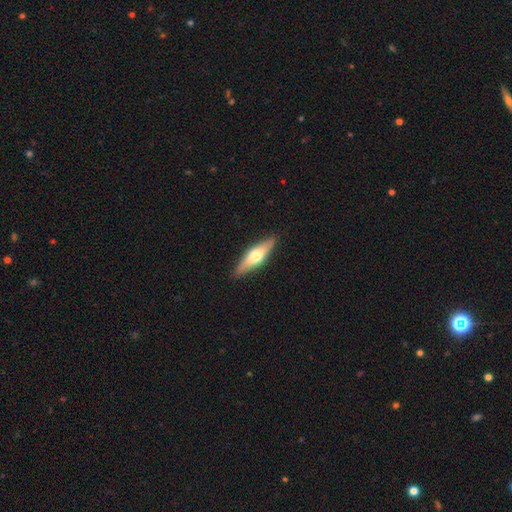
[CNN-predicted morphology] smooth-or-featured: smooth: 50% | featured or disk: 44% | star or artifact: 5%
  how-rounded: cigar-shaped: 60% | in between: 38% | round: 2%
  merging: none: 88% | minor disturbance: 9% | major disturbance: 2% | merger: 1%